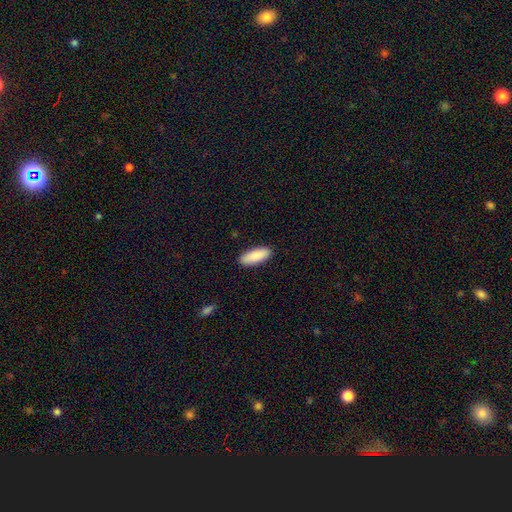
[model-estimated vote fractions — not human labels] Smooth or featured?
  - smooth: 90% *
  - star or artifact: 5%
  - featured or disk: 4%
How rounded?
  - in between: 72% *
  - cigar-shaped: 26%
  - round: 2%
Merging?
  - none: 90% *
  - minor disturbance: 7%
  - major disturbance: 2%
  - merger: 1%